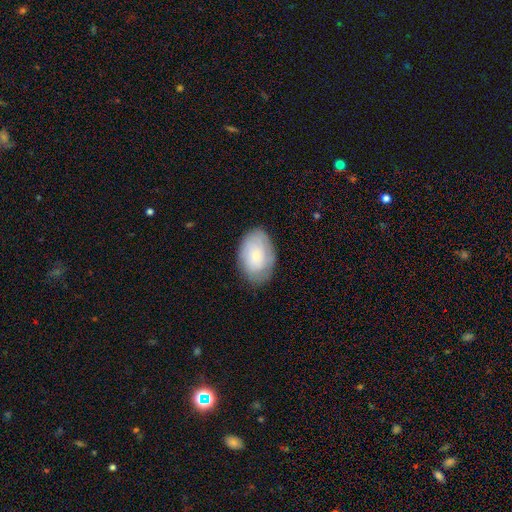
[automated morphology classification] Overall: smooth (69%). How rounded: in between (88%). Merging: none (77%).